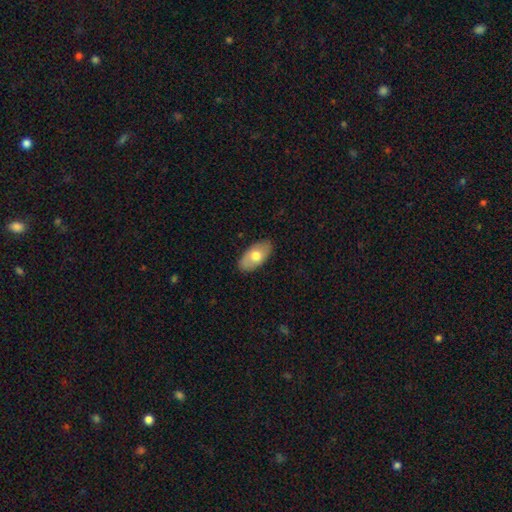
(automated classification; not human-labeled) smooth_or_featured: smooth (p=0.69) [alt: featured or disk p=0.25]
how_rounded: in between (p=0.93) [alt: round p=0.04]
merging: none (p=0.86) [alt: minor disturbance p=0.11]